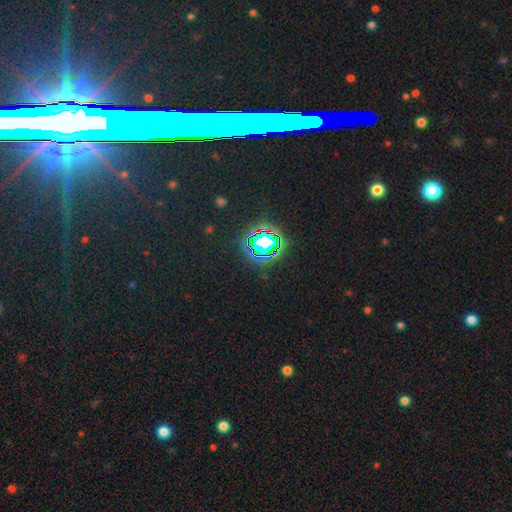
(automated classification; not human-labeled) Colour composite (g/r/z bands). It shows a star or artifact, not a galaxy (77%).